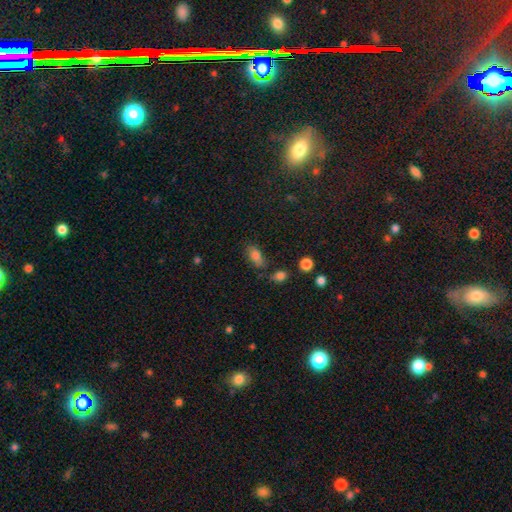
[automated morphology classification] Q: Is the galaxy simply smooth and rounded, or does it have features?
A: smooth — 79%.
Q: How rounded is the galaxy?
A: in between — 87%.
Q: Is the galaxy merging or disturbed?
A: none — 60%.